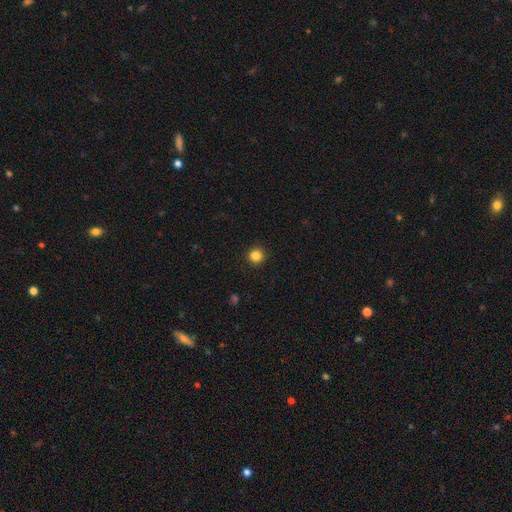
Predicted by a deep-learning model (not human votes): Smooth or featured? smooth (84%)
How rounded? round (95%)
Merging? none (93%)